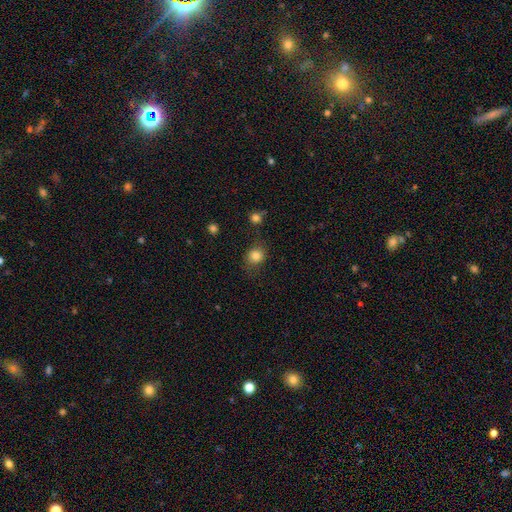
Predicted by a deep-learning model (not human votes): The model was most divided on "how rounded": round: 76%, in between: 23%, cigar-shaped: 1%. More confident: smooth or featured — smooth (82%); merging — none (72%).